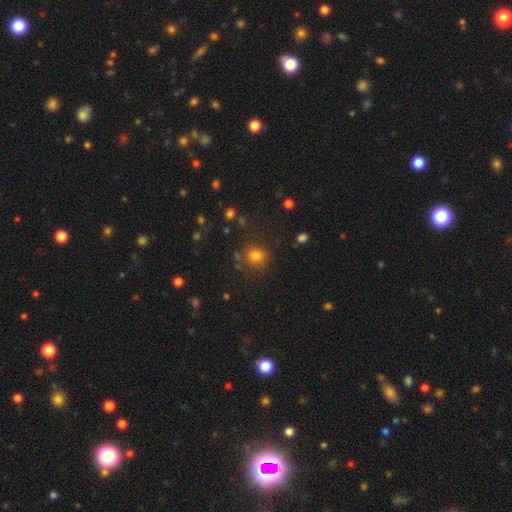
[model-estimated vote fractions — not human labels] A smooth galaxy with no disk features (79%) that is round (87%). Merging: none (79%).